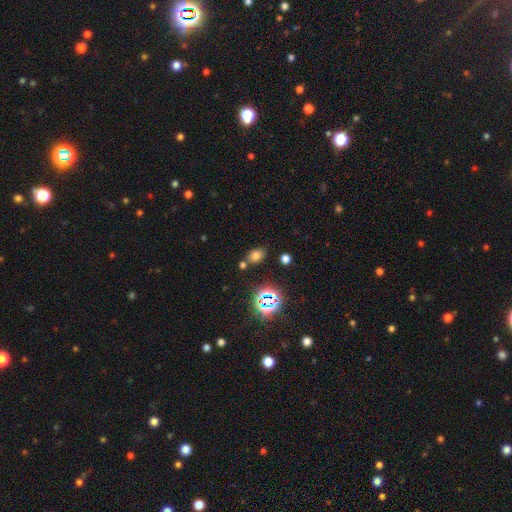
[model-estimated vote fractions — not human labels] smooth-or-featured: smooth: 66% | star or artifact: 24% | featured or disk: 10%
  how-rounded: in between: 71% | round: 27% | cigar-shaped: 2%
  merging: none: 73% | minor disturbance: 12% | merger: 11% | major disturbance: 4%